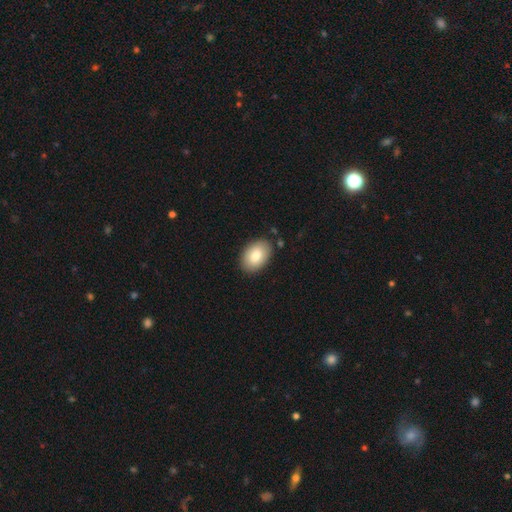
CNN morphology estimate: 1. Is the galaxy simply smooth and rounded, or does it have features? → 83% smooth, 11% featured or disk, 6% star or artifact.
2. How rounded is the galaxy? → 89% in between, 10% round, 1% cigar-shaped.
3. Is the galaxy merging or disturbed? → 86% none, 10% minor disturbance, 2% major disturbance, 2% merger.